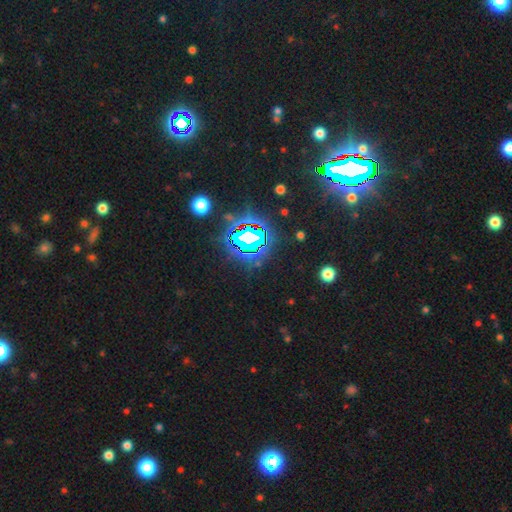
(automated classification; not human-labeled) star or artifact 84%, smooth 9%, featured or disk 7%.